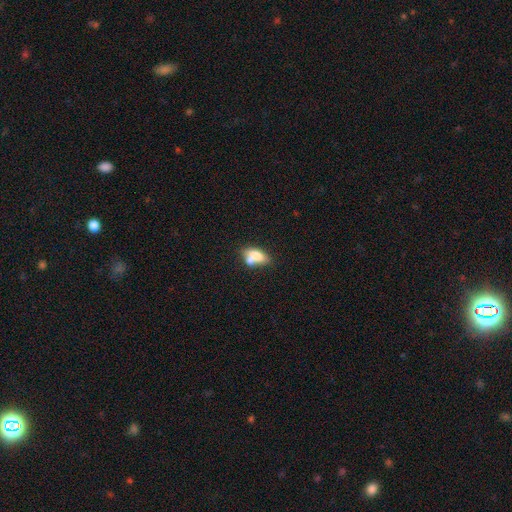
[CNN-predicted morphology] Overall: smooth (70%). How rounded: in between (83%). Merging: merger (45%; none 34%).